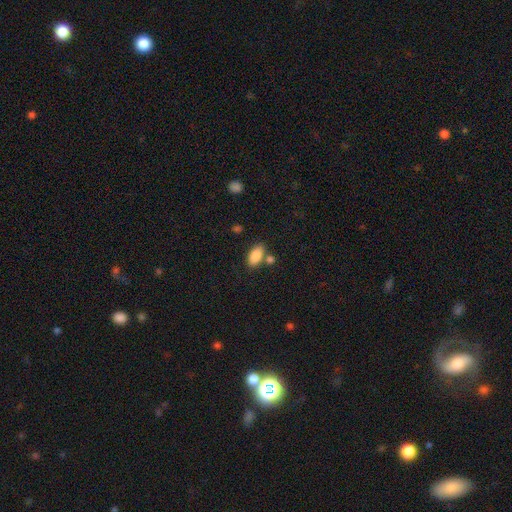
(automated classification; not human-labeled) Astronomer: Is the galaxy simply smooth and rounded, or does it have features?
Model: smooth — 86%.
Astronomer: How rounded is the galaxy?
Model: in between — 92%.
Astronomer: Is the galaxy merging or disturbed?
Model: none — 69%.